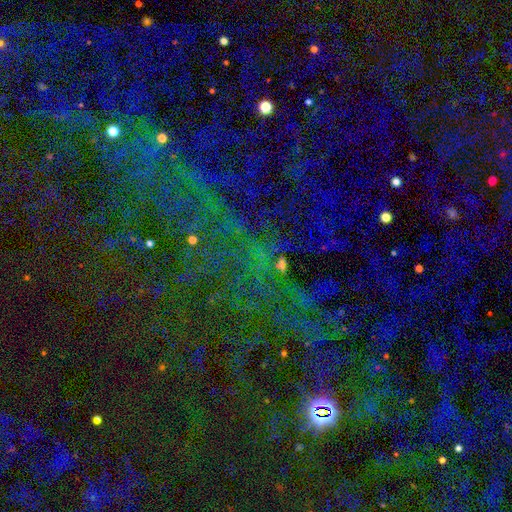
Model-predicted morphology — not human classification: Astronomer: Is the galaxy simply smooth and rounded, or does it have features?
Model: star or artifact — 80%.